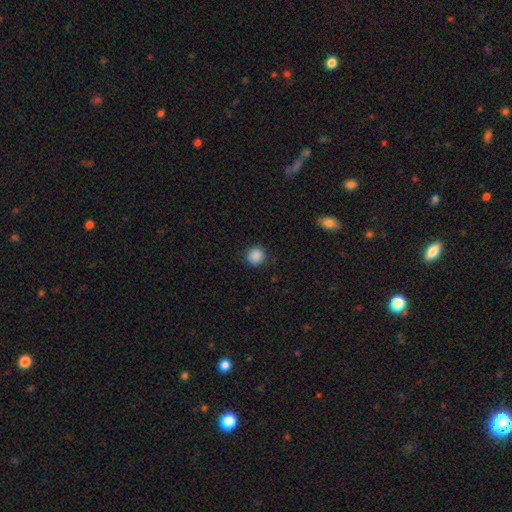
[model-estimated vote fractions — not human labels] smooth_or_featured: smooth (p=0.88) [alt: star or artifact p=0.10]
how_rounded: round (p=0.93) [alt: in between p=0.06]
merging: none (p=0.91) [alt: minor disturbance p=0.06]